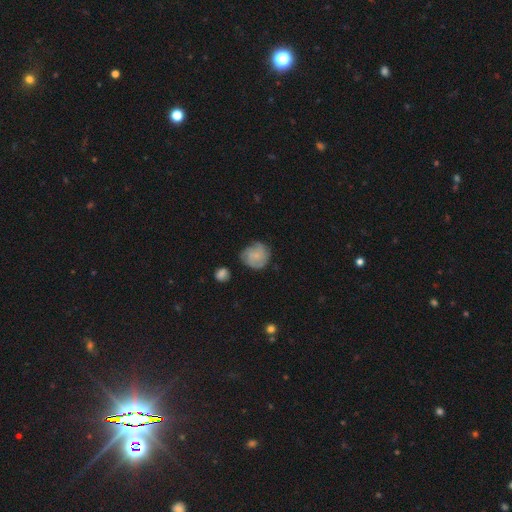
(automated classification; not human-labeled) This is possibly a featured or disk galaxy (47%). Merging: likely none (67%).